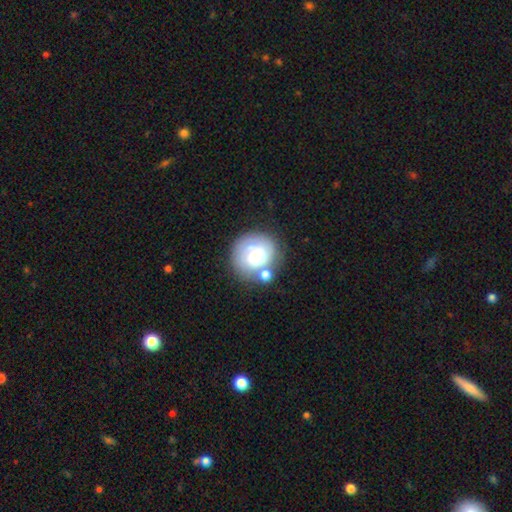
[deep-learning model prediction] The model was most divided on "smooth or featured": smooth: 52%, featured or disk: 40%, star or artifact: 8%. More confident: how rounded — round (87%); merging — none (56%).